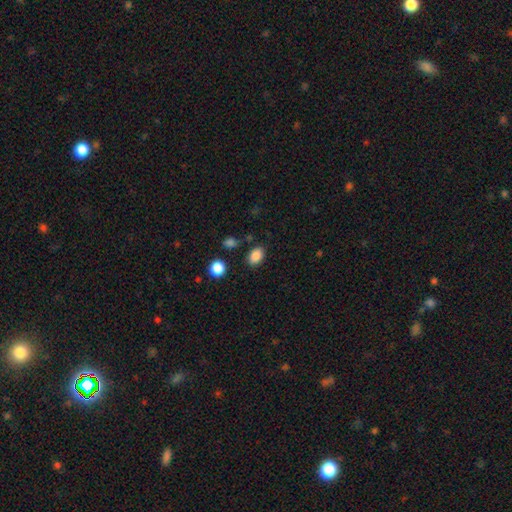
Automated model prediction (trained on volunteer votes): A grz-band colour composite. It shows a smooth galaxy with no disk features (87%) that is in between round and cigar-shaped (80%). Merging: none (82%).